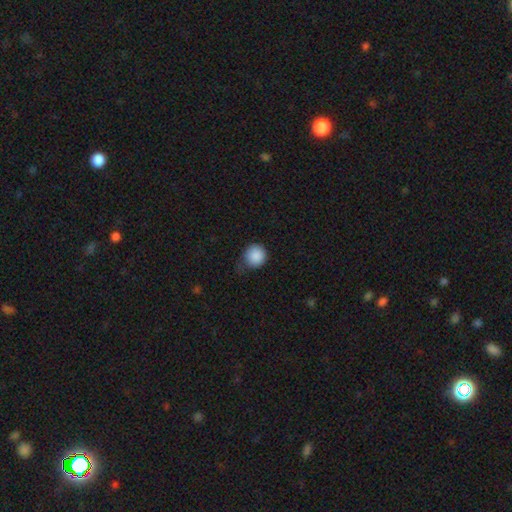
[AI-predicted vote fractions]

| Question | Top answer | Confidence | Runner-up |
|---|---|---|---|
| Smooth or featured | smooth | 88% | star or artifact (8%) |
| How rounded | round | 86% | in between (13%) |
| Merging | none | 53% | minor disturbance (36%) |